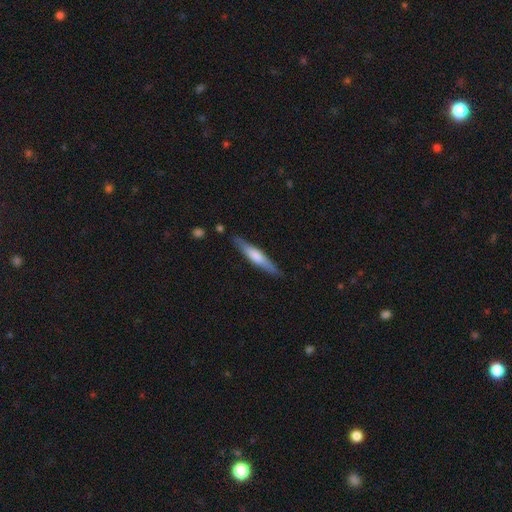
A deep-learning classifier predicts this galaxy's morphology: This is possibly a smooth galaxy (47%, tied with featured or disk). Merging: clearly none (86%).